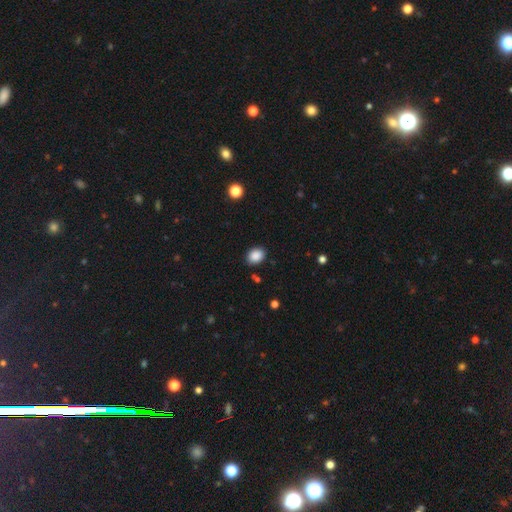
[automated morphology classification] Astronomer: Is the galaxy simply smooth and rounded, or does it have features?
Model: smooth — 88%.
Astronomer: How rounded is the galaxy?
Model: in between — 59% (runner-up: round, 40%).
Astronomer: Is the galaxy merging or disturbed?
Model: none — 85%.